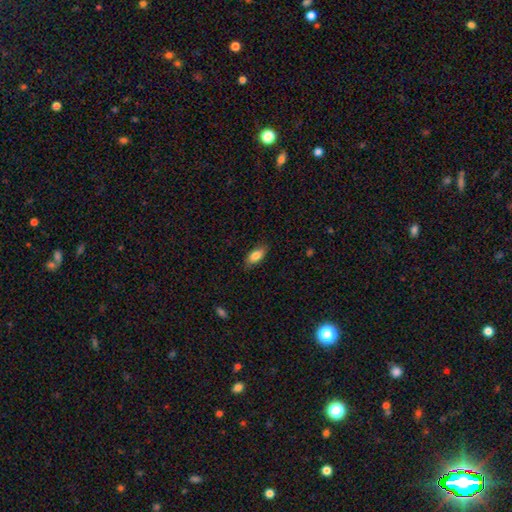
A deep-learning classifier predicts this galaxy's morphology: Smooth or featured? Predicted: smooth (p=0.81). How rounded? Predicted: in between (p=0.86). Merging? Predicted: none (p=0.83).